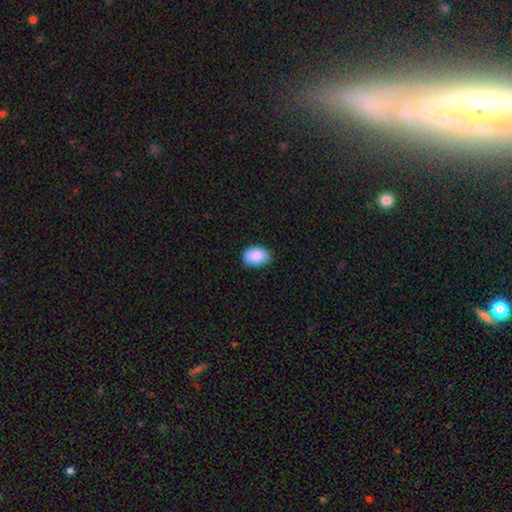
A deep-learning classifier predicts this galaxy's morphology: smooth_or_featured: smooth (p=0.88) [alt: star or artifact p=0.07]
how_rounded: in between (p=0.84) [alt: round p=0.15]
merging: none (p=0.83) [alt: minor disturbance p=0.14]